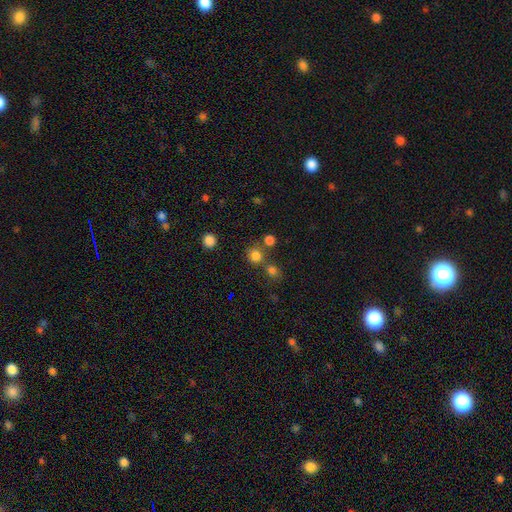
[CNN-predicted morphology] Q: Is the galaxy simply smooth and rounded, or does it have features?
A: smooth — 77%.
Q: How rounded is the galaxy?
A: round — 86%.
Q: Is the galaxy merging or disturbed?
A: none — 67%.